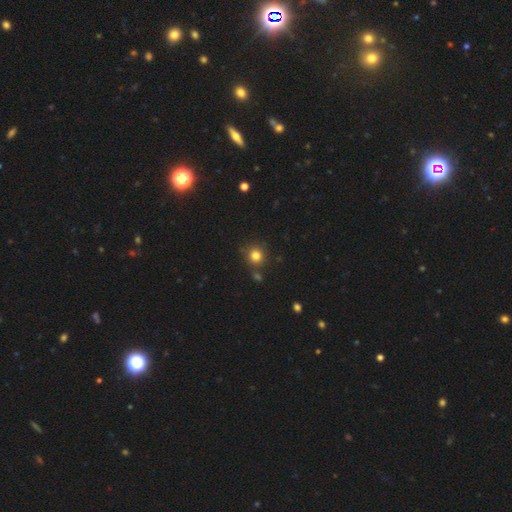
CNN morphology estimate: A smooth galaxy with no disk features (81%) that is round (90%).

Vote fractions:
- Smooth or featured? smooth: 81% / star or artifact: 13% / featured or disk: 6%
- How rounded? round: 90% / in between: 9% / cigar-shaped: 1%
- Merging? none: 80% / minor disturbance: 10% / merger: 8% / major disturbance: 3%